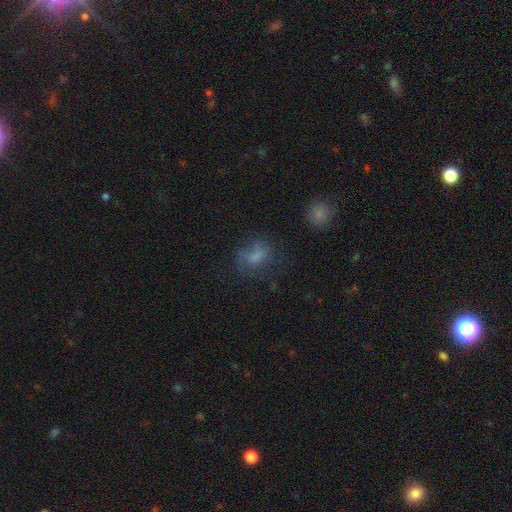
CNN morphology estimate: smooth 63%, featured or disk 20%, star or artifact 17%. Down the decision tree: how rounded — in between (61%); merging — none (49%).